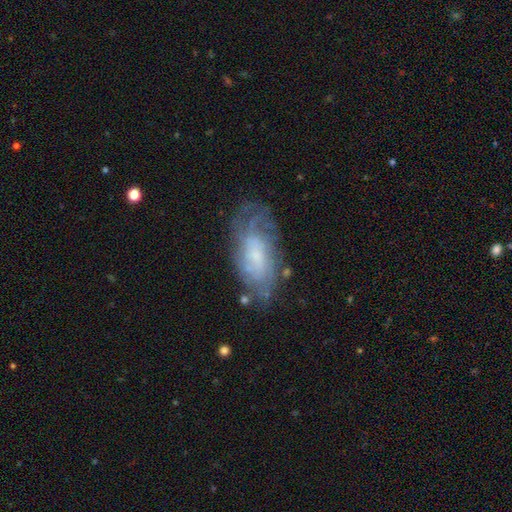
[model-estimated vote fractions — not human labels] Overall: featured or disk (67%). Edge-on disk: no (92%). Bar: no (62%; weak 33%). Spiral arms: yes (83%). Spiral arm count: can't tell (58%). Spiral winding: tight (54%; medium 34%). Bulge size: small (52%; moderate 25%). Merging: none (66%).